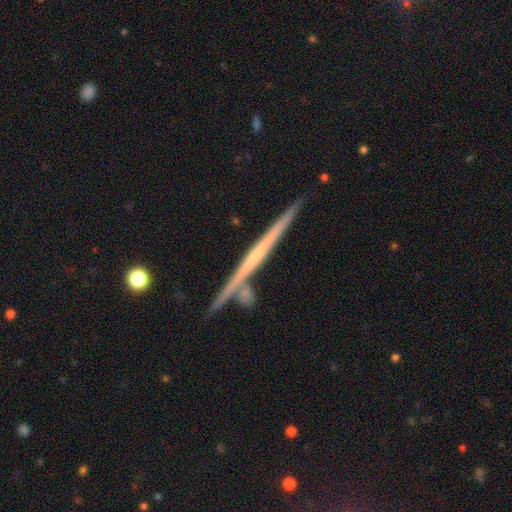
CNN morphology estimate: smooth_or_featured: featured or disk (p=0.70) [alt: smooth p=0.24]
disk_edge_on: yes (p=0.98) [alt: no p=0.02]
edge_on_bulge: none (p=0.77) [alt: rounded p=0.16]
merging: none (p=0.80) [alt: merger p=0.09]